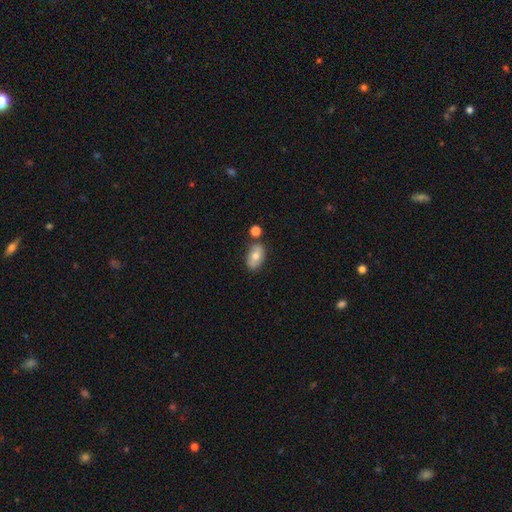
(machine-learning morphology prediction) smooth-or-featured: smooth: 69% | featured or disk: 23% | star or artifact: 8%
  how-rounded: in between: 90% | round: 8% | cigar-shaped: 2%
  merging: none: 73% | minor disturbance: 14% | merger: 10% | major disturbance: 3%